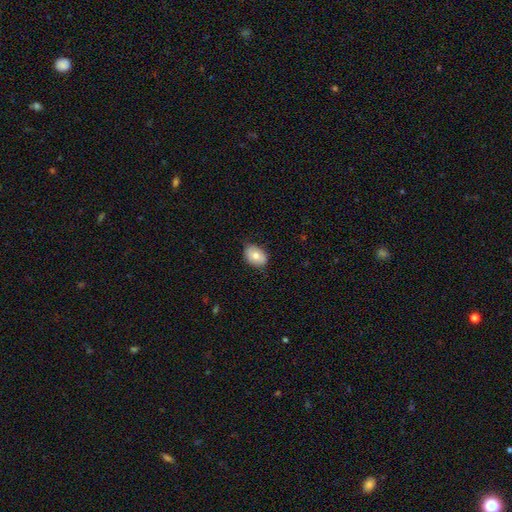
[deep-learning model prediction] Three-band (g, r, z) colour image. It shows a smooth galaxy with no disk features (74%) that is in between round and cigar-shaped (79%). Merging: none (79%).